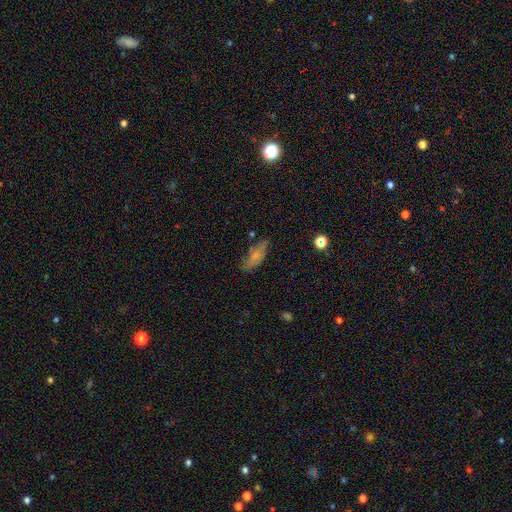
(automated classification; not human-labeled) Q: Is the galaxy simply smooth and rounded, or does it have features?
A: smooth — 67%.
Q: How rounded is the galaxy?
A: in between — 73%.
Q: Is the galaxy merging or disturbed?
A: none — 67%.